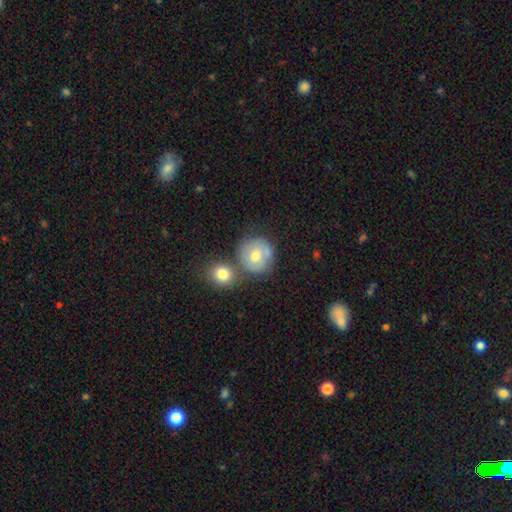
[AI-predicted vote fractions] Q: Smooth or featured?
A: smooth (57%); runner-up: featured or disk (34%)
Q: How rounded?
A: round (88%); runner-up: in between (11%)
Q: Merging?
A: none (55%); runner-up: merger (24%)